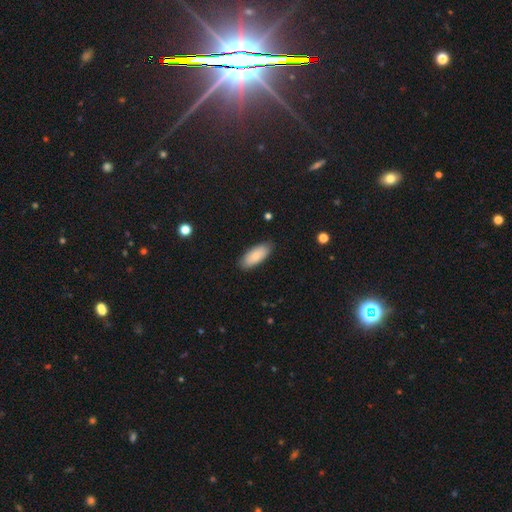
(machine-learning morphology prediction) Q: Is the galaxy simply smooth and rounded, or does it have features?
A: smooth — 81%.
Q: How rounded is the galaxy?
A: in between — 86%.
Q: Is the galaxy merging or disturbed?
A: none — 86%.